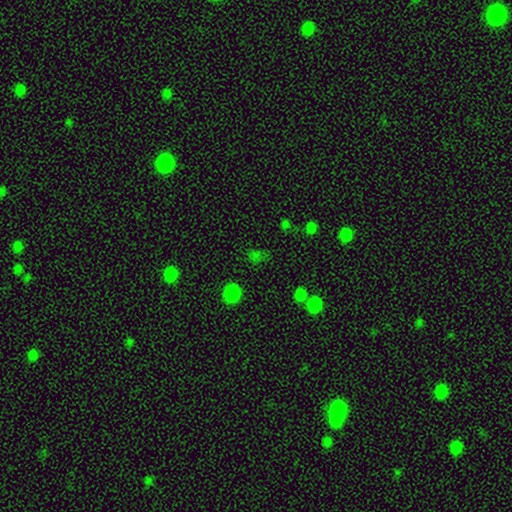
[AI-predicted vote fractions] smooth 53%, star or artifact 41%, featured or disk 6%. Down the decision tree: how rounded — round (67%); merging — none (73%).